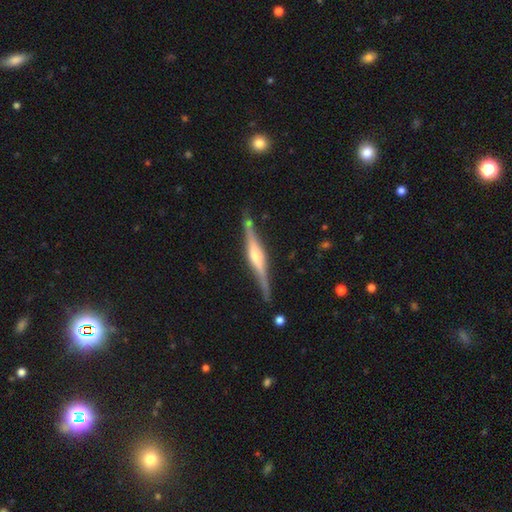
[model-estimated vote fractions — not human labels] Smooth or featured: featured or disk — 82% (smooth — 13%)
Edge-on disk: yes — 98% (no — 2%)
Edge-on bulge: rounded — 73% (boxy — 20%)
Merging: none — 85% (minor disturbance — 11%)